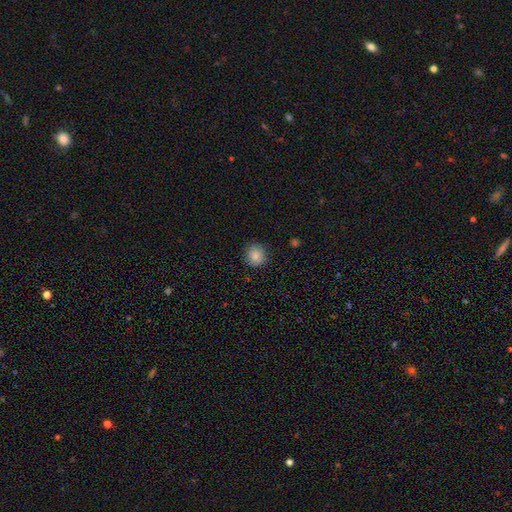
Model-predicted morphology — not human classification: This appears to be a smooth galaxy with no disk features (86%) that is round (89%). Merging: none (88%).